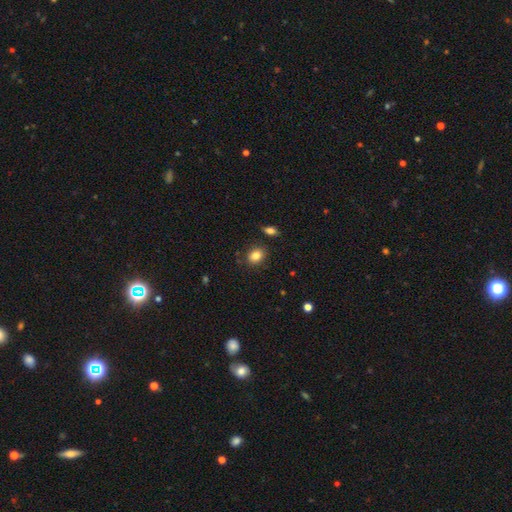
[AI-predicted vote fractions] smooth_or_featured: smooth (p=0.84) [alt: star or artifact p=0.10]
how_rounded: in between (p=0.51) [alt: round p=0.48]
merging: none (p=0.83) [alt: minor disturbance p=0.10]